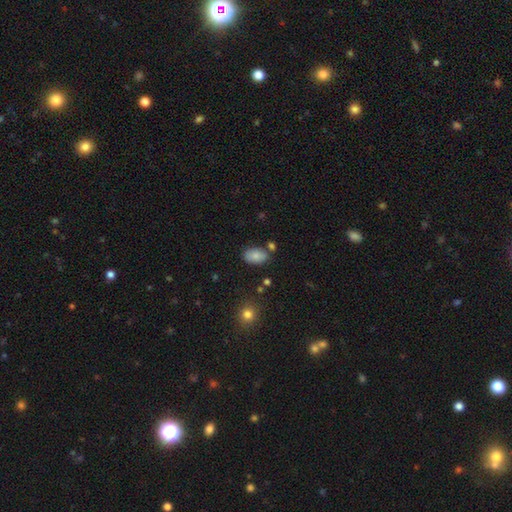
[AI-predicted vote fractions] The model was most divided on "merging": none: 75%, minor disturbance: 14%, merger: 7%, major disturbance: 3%. More confident: how rounded — in between (92%); smooth or featured — smooth (84%).